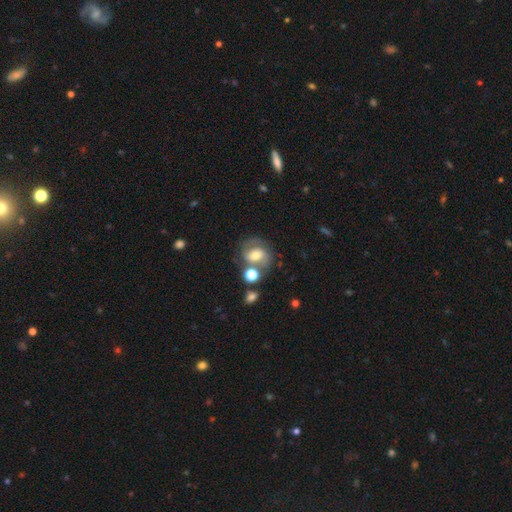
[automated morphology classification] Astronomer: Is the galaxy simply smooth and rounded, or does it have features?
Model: featured or disk — 50% (runner-up: smooth, 40%).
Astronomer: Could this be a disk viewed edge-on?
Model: no — 96%.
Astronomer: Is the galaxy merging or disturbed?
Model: none — 53%.